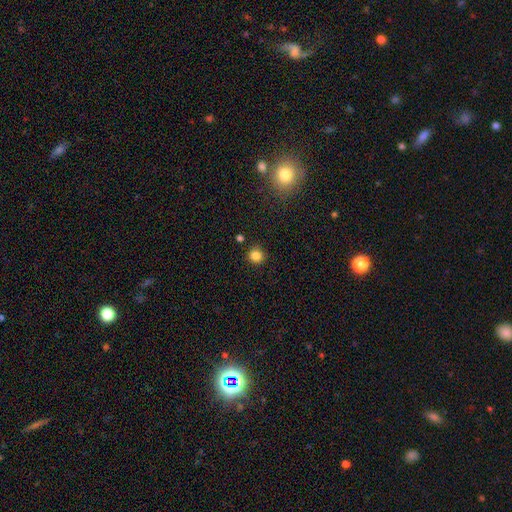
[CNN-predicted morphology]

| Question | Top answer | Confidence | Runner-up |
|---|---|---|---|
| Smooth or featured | smooth | 84% | star or artifact (12%) |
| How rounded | round | 92% | in between (7%) |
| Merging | none | 89% | minor disturbance (7%) |